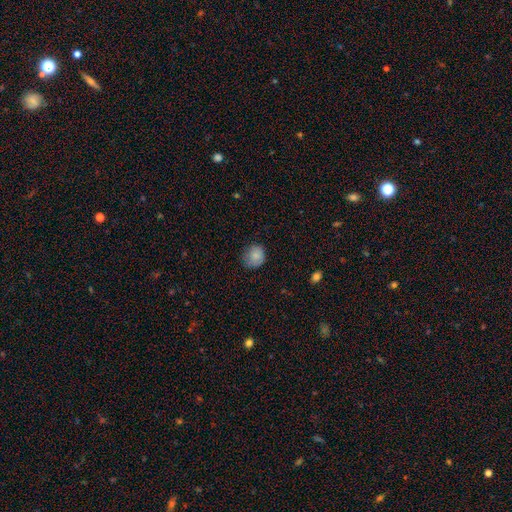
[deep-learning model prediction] smooth-or-featured: smooth: 83% | star or artifact: 8% | featured or disk: 8%
  how-rounded: round: 81% | in between: 19% | cigar-shaped: 1%
  merging: none: 71% | minor disturbance: 23% | major disturbance: 5% | merger: 1%